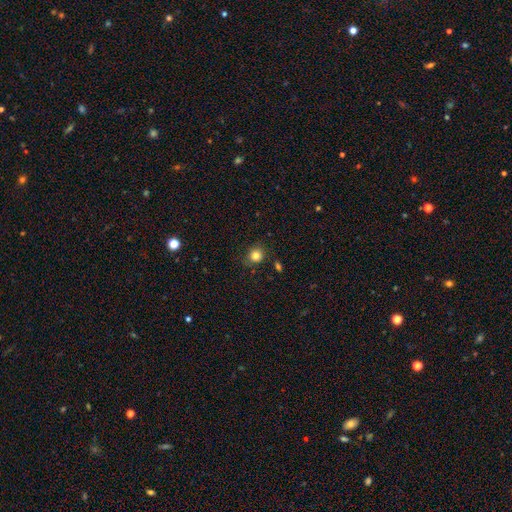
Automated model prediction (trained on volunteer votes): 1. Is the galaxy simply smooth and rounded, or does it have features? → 82% smooth, 12% star or artifact, 6% featured or disk.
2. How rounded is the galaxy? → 84% round, 15% in between, 1% cigar-shaped.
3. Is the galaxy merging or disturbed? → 83% none, 12% minor disturbance, 3% major disturbance, 2% merger.